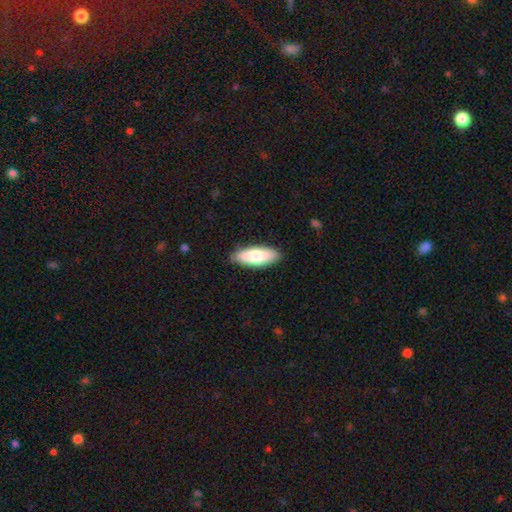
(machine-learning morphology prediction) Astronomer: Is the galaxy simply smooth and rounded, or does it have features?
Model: smooth — 78%.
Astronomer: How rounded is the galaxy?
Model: in between — 76%.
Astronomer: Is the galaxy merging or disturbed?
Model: none — 87%.